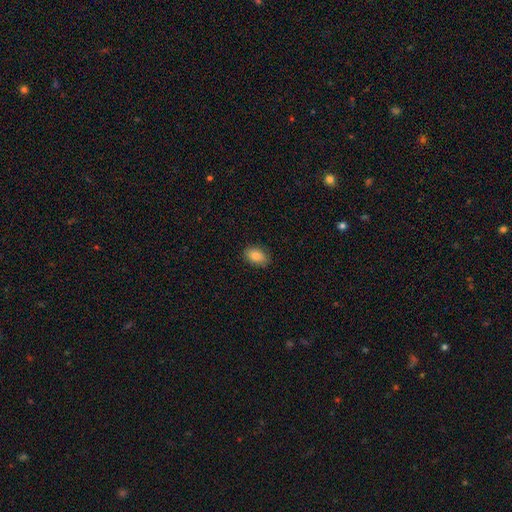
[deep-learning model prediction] Smooth or featured?
  - smooth: 84% *
  - star or artifact: 8%
  - featured or disk: 8%
How rounded?
  - in between: 85% *
  - round: 14%
  - cigar-shaped: 1%
Merging?
  - none: 86% *
  - minor disturbance: 11%
  - major disturbance: 2%
  - merger: 1%